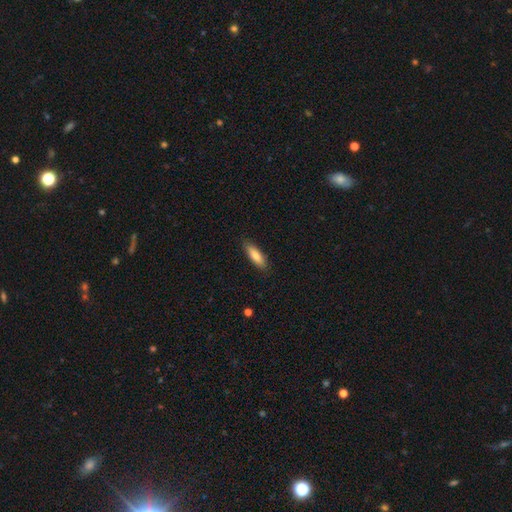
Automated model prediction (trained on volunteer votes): Smooth or featured: smooth — 83% (featured or disk — 11%)
How rounded: cigar-shaped — 53% (in between — 46%)
Merging: none — 86% (minor disturbance — 11%)